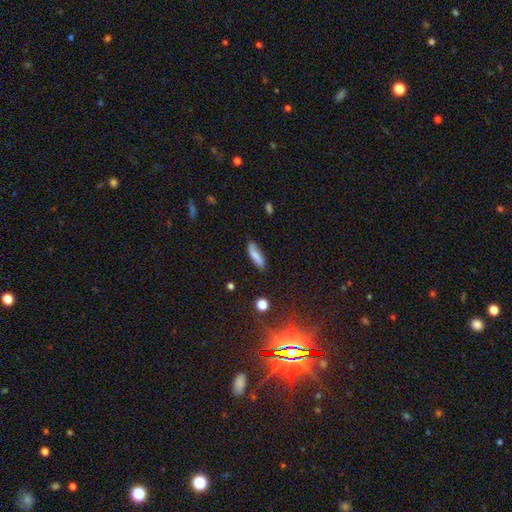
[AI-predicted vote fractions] This appears to be a smooth galaxy with no disk features (75%) that is cigar-shaped (64%). Merging: none (78%).